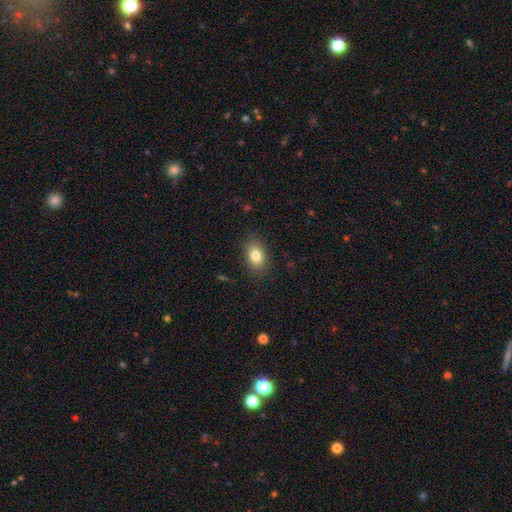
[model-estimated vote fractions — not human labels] smooth-or-featured: smooth: 82% | star or artifact: 9% | featured or disk: 9%
  how-rounded: in between: 82% | round: 17% | cigar-shaped: 1%
  merging: none: 86% | minor disturbance: 10% | major disturbance: 3% | merger: 1%